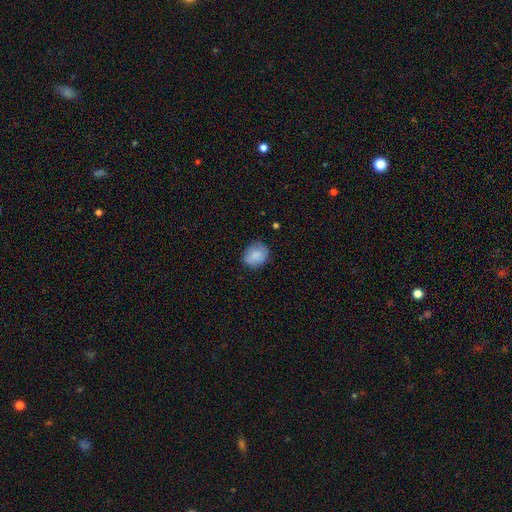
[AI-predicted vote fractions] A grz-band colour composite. It shows a smooth galaxy with no disk features (84%) that is round (56%). Merging: none (77%).